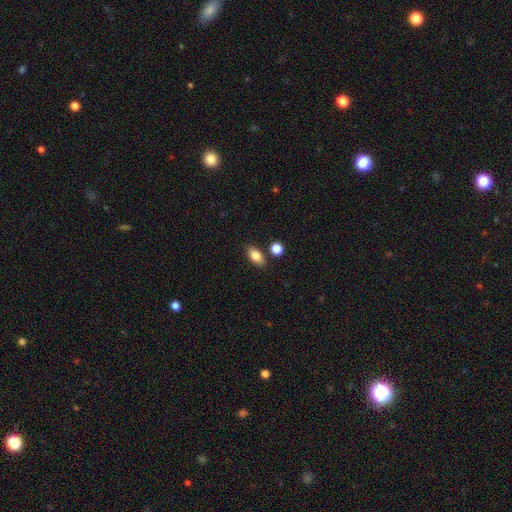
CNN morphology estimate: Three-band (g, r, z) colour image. It shows a smooth galaxy with no disk features (83%) that is in between round and cigar-shaped (86%). Merging: none (81%).